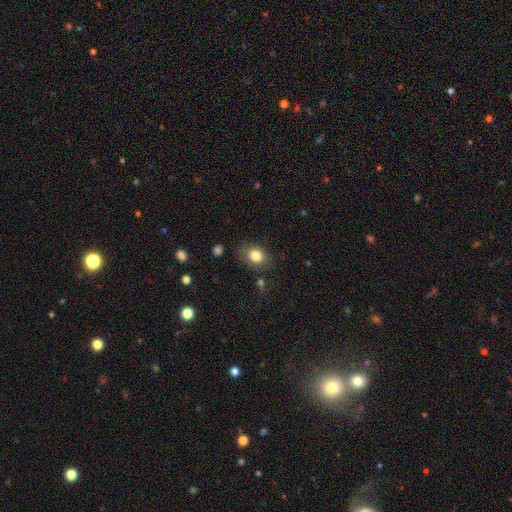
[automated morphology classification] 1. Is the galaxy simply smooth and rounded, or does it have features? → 82% smooth, 10% star or artifact, 8% featured or disk.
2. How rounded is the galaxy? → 51% in between, 48% round, 1% cigar-shaped.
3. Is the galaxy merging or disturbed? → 77% none, 16% minor disturbance, 5% major disturbance, 2% merger.